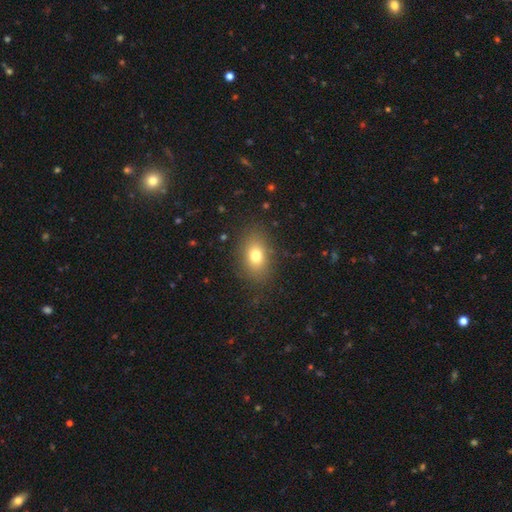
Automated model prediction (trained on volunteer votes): Morphology: type=smooth (75%); roundness=in between (76%); merging=none (84%).